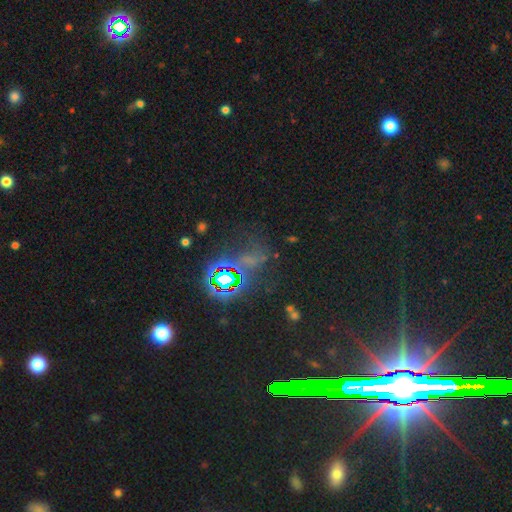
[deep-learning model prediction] Smooth or featured: star or artifact — 71% (smooth — 15%)